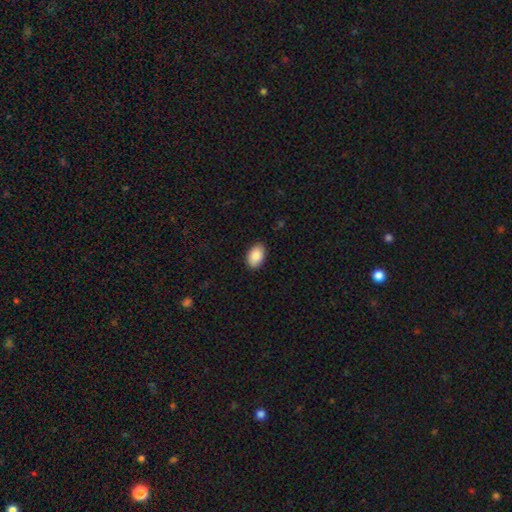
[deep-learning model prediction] Smooth or featured? smooth (90%)
How rounded? in between (92%)
Merging? none (88%)